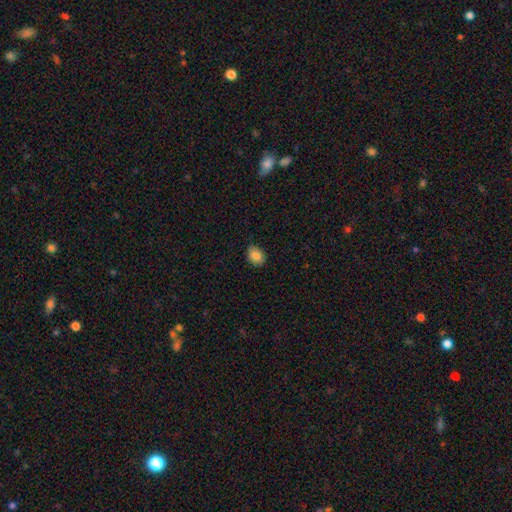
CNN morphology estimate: This appears to be a smooth galaxy with no disk features (85%) that is in between round and cigar-shaped (61%). Merging: none (80%).